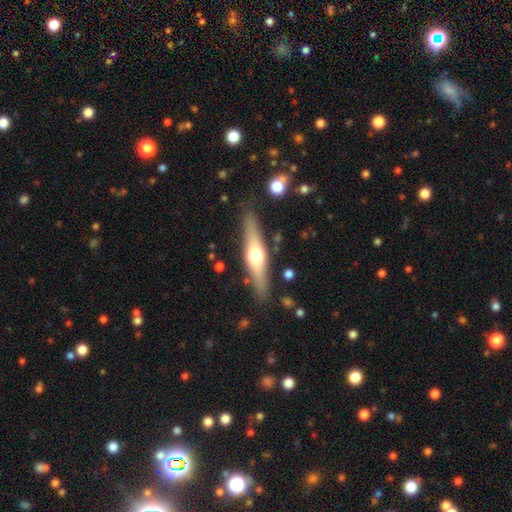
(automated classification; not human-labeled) Smooth or featured? Predicted: featured or disk (p=0.56). Edge-on disk? Predicted: yes (p=0.92). Edge-on bulge? Predicted: rounded (p=0.93). Merging? Predicted: none (p=0.85).